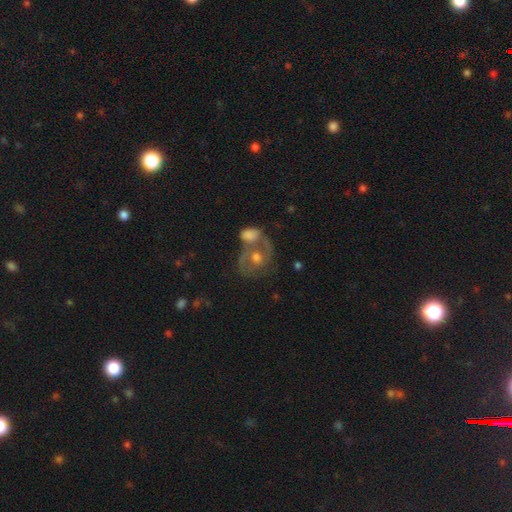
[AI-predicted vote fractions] smooth-or-featured: featured or disk: 66% | smooth: 24% | star or artifact: 11%
  disk-edge-on: no: 97% | yes: 3%
    bar: no: 72% | weak: 22% | strong: 6%
    has-spiral-arms: yes: 72% | no: 28%
    bulge-size: moderate: 67% | small: 16% | large: 11% | none: 3% | dominant: 2%
  merging: merger: 44% | none: 35% | minor disturbance: 11% | major disturbance: 10%